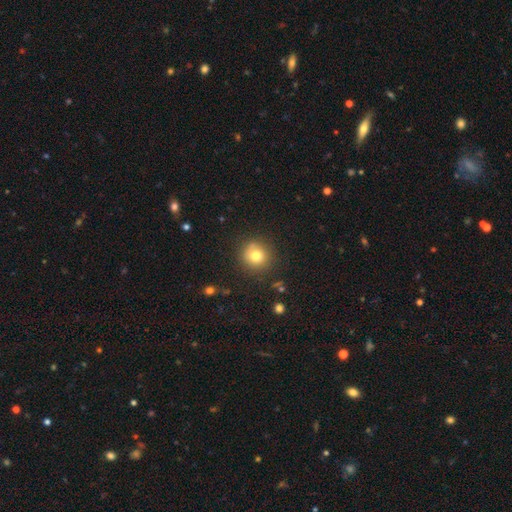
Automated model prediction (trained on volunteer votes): Smooth or featured?
  - smooth: 78% *
  - star or artifact: 12%
  - featured or disk: 10%
How rounded?
  - round: 92% *
  - in between: 7%
  - cigar-shaped: 1%
Merging?
  - none: 84% *
  - minor disturbance: 11%
  - major disturbance: 3%
  - merger: 2%